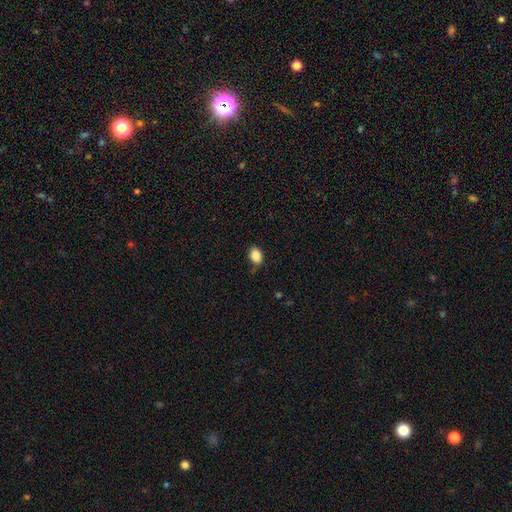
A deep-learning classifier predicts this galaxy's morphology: Q: Smooth or featured?
A: smooth (87%); runner-up: star or artifact (9%)
Q: How rounded?
A: in between (71%); runner-up: round (28%)
Q: Merging?
A: none (80%); runner-up: minor disturbance (15%)